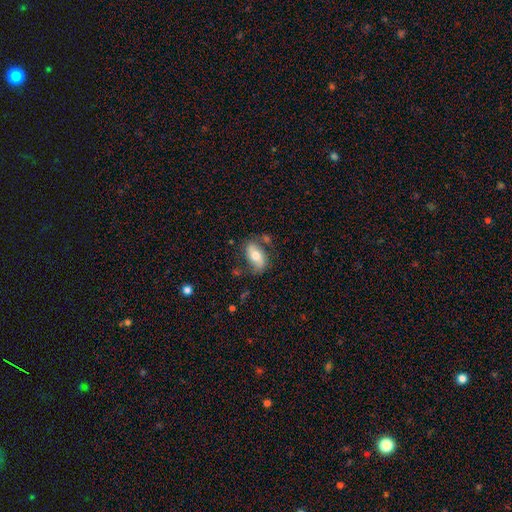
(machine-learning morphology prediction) A smooth galaxy with no disk features (55%) that is in between round and cigar-shaped (88%).

Vote fractions:
- Smooth or featured? smooth: 55% / featured or disk: 38% / star or artifact: 7%
- How rounded? in between: 88% / cigar-shaped: 6% / round: 5%
- Merging? none: 63% / minor disturbance: 22% / major disturbance: 9% / merger: 6%